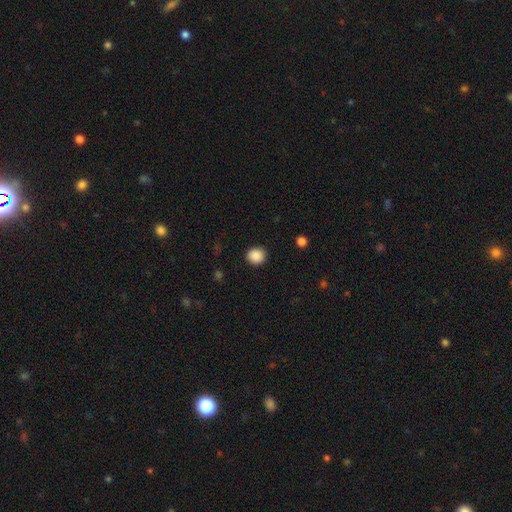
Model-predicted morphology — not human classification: Smooth or featured?
  - smooth: 89% *
  - star or artifact: 9%
  - featured or disk: 2%
How rounded?
  - round: 90% *
  - in between: 9%
  - cigar-shaped: 1%
Merging?
  - none: 91% *
  - minor disturbance: 6%
  - major disturbance: 2%
  - merger: 1%